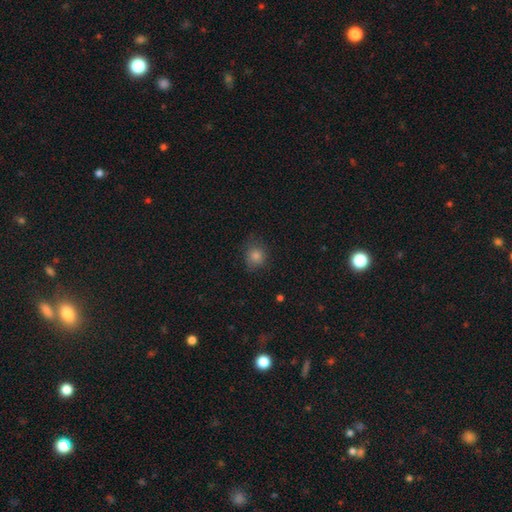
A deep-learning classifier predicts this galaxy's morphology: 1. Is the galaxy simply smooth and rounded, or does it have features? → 76% smooth, 17% star or artifact, 7% featured or disk.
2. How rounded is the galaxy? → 82% round, 17% in between, 1% cigar-shaped.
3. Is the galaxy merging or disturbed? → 77% none, 18% minor disturbance, 4% major disturbance, 1% merger.